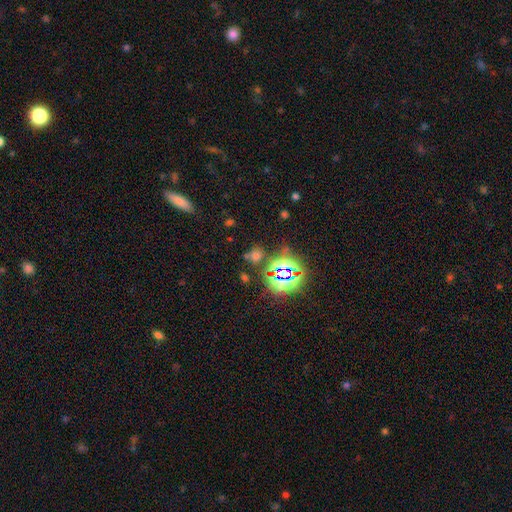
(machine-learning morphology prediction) smooth-or-featured: star or artifact: 49% | smooth: 44% | featured or disk: 7%